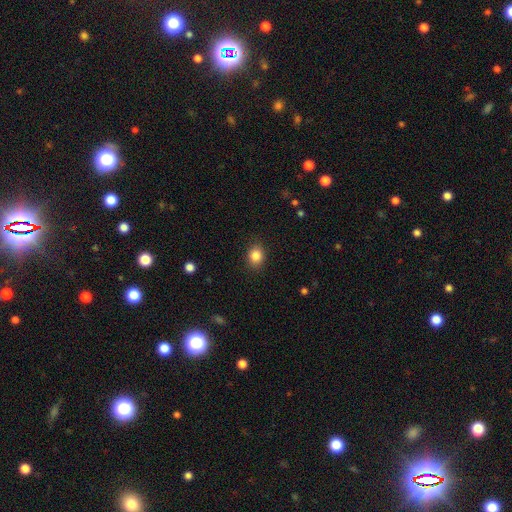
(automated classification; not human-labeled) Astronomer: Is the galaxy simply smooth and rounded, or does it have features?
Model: smooth — 85%.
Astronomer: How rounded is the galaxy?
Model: round — 60% (runner-up: in between, 39%).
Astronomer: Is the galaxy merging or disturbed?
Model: none — 87%.